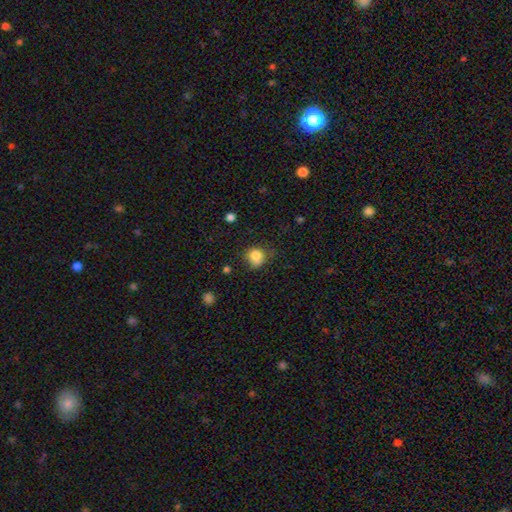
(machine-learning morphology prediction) The model was most divided on "merging": none: 57%, minor disturbance: 29%, major disturbance: 10%, merger: 4%. More confident: smooth or featured — smooth (82%); how rounded — round (79%).